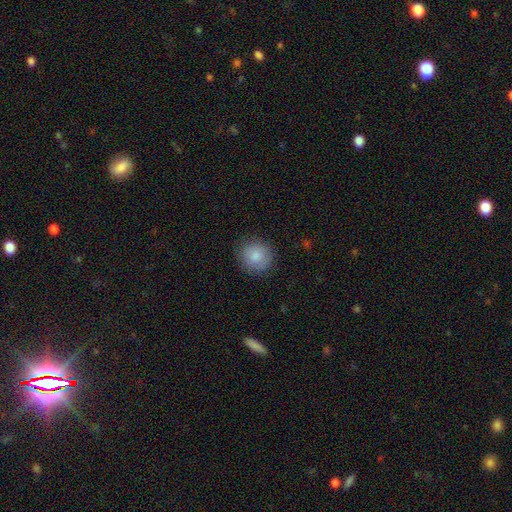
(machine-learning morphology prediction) Smooth or featured? smooth (84%)
How rounded? round (92%)
Merging? none (85%)